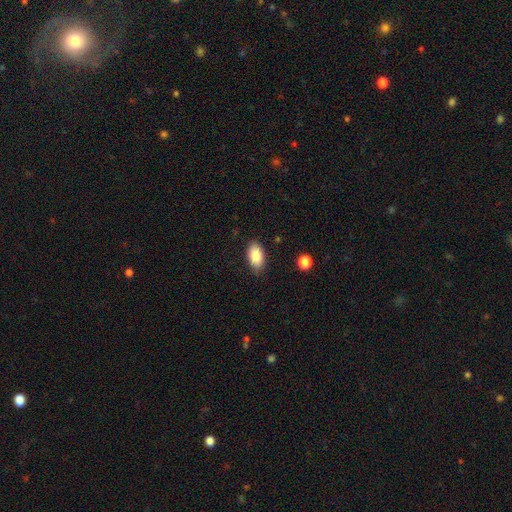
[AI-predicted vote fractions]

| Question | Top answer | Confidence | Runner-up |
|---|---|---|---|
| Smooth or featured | smooth | 84% | featured or disk (8%) |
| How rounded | in between | 93% | round (5%) |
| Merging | none | 84% | minor disturbance (13%) |